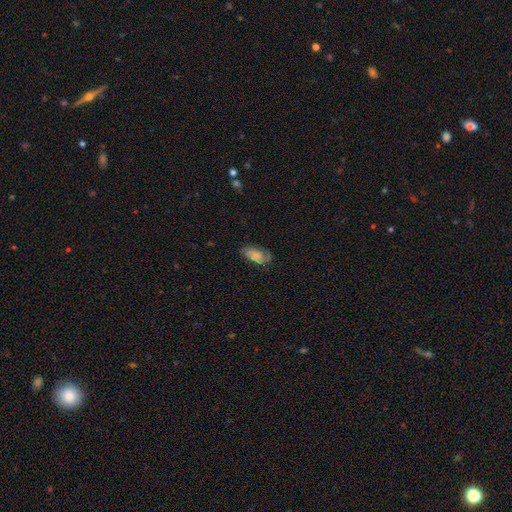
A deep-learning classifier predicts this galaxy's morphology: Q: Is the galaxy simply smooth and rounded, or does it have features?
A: smooth — 57%.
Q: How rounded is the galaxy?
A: in between — 92%.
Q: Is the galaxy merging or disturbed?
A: none — 64%.